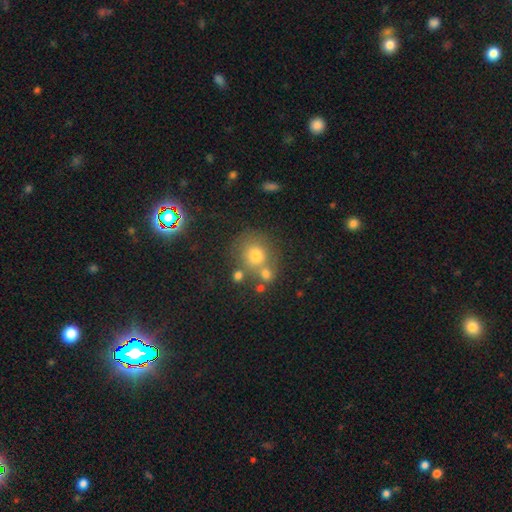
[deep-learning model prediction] A smooth galaxy with no disk features (70%) that is round (86%). Merging: none (60%).